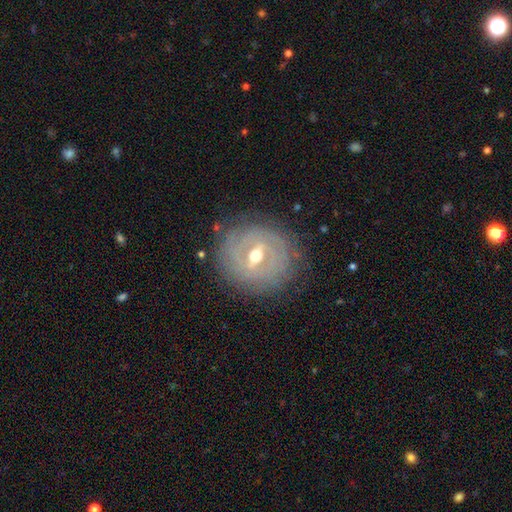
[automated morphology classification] A featured or disk galaxy (79%) with a weak bar (47%), tight (80%) spiral arms (78%) and a moderate central bulge (67%). Merging: none (82%).